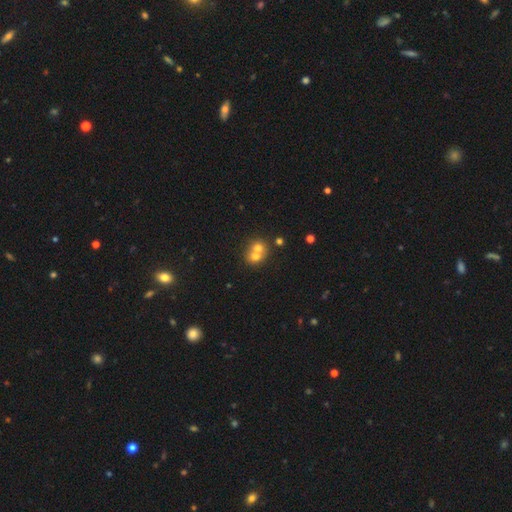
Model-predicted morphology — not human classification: Smooth or featured? Predicted: smooth (p=0.67). How rounded? Predicted: round (p=0.76). Merging? Predicted: merger (p=0.67).